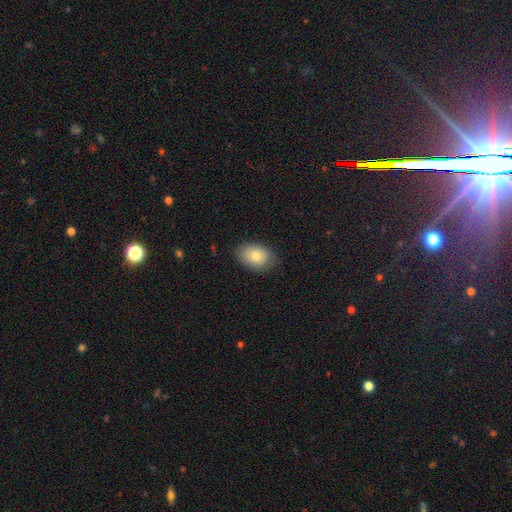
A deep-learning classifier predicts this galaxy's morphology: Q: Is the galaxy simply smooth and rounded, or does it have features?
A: smooth — 79%.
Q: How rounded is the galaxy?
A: in between — 81%.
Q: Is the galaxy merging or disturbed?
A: none — 81%.